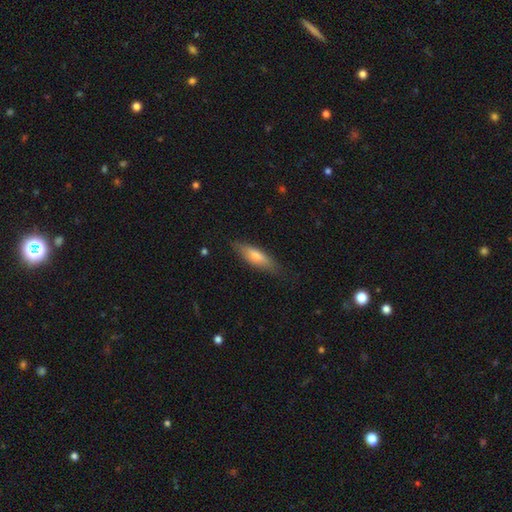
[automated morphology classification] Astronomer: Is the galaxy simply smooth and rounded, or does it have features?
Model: smooth — 64%.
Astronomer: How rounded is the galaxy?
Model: cigar-shaped — 61% (runner-up: in between, 38%).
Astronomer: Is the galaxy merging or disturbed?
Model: none — 80%.